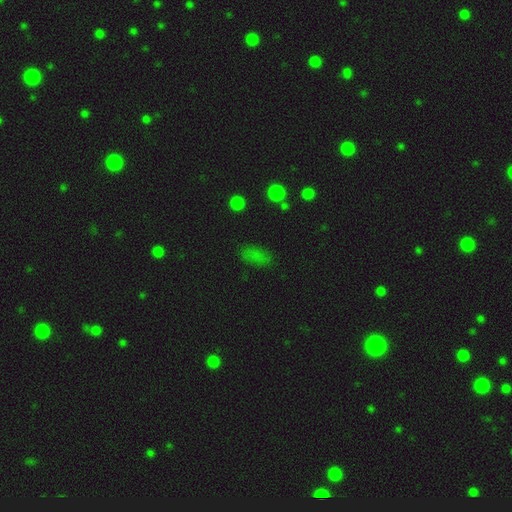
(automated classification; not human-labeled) A smooth galaxy with no disk features (68%) that is in between round and cigar-shaped (84%). Merging: none (75%).